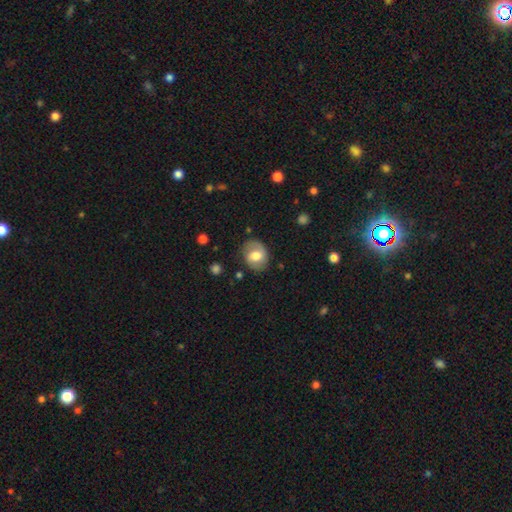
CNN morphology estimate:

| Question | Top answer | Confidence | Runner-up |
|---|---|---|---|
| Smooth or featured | smooth | 60% | featured or disk (33%) |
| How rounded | round | 55% | in between (44%) |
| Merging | none | 75% | minor disturbance (18%) |